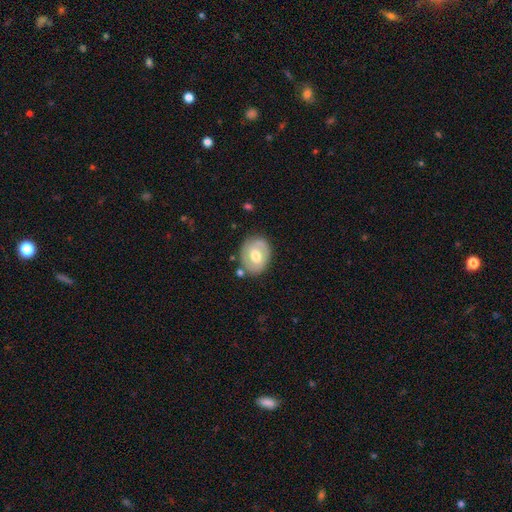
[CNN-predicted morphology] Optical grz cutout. It shows a featured or disk galaxy (50%). Merging: none (75%).